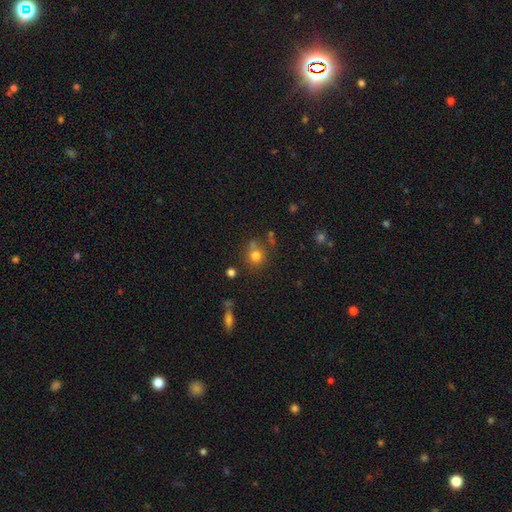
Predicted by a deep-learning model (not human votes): A smooth galaxy with no disk features (76%) that is round (88%).

Vote fractions:
- Smooth or featured? smooth: 76% / star or artifact: 15% / featured or disk: 9%
- How rounded? round: 88% / in between: 11% / cigar-shaped: 1%
- Merging? none: 66% / merger: 16% / minor disturbance: 12% / major disturbance: 5%